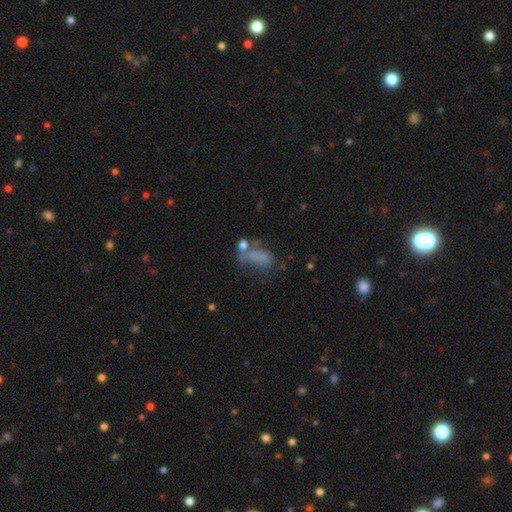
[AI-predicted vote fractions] This appears to be a smooth galaxy with no disk features (46%). Merging: none (33%).